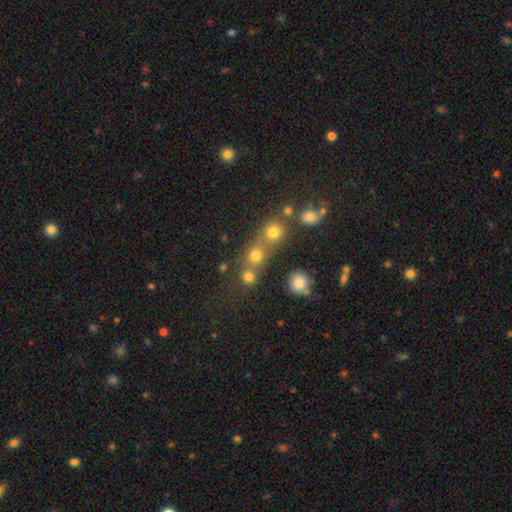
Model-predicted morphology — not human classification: Overall: smooth (74%). How rounded: round (86%). Merging: none (53%; merger 36%).